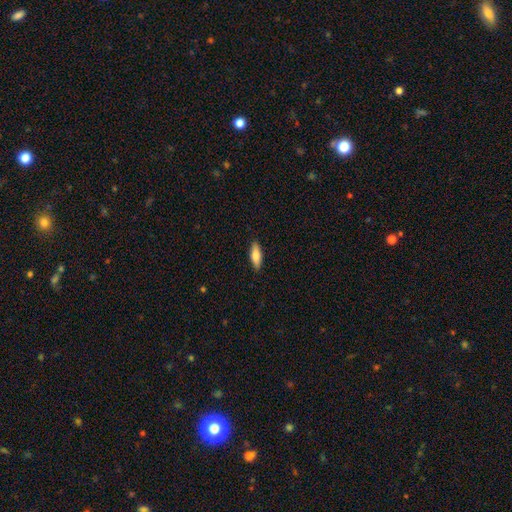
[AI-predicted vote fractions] Q: Smooth or featured?
A: smooth (78%); runner-up: featured or disk (17%)
Q: How rounded?
A: in between (56%); runner-up: cigar-shaped (41%)
Q: Merging?
A: none (89%); runner-up: minor disturbance (9%)